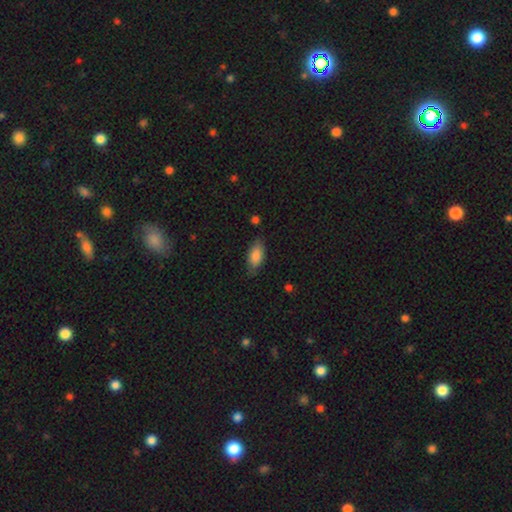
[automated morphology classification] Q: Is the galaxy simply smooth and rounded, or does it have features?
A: smooth — 85%.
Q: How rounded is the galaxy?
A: in between — 88%.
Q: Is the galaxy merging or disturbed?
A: none — 75%.